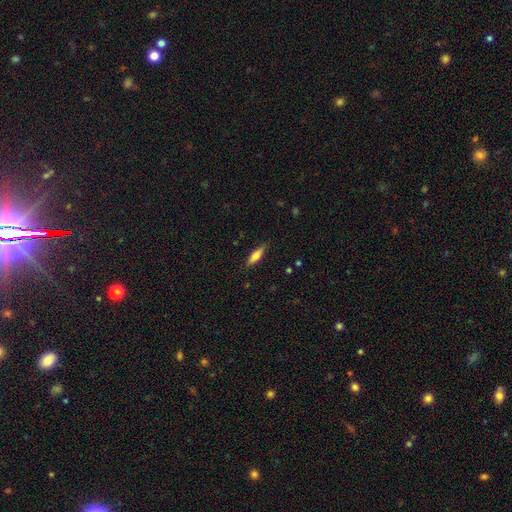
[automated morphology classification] Smooth or featured: smooth — 69% (featured or disk — 24%)
How rounded: cigar-shaped — 62% (in between — 36%)
Merging: none — 84% (minor disturbance — 12%)